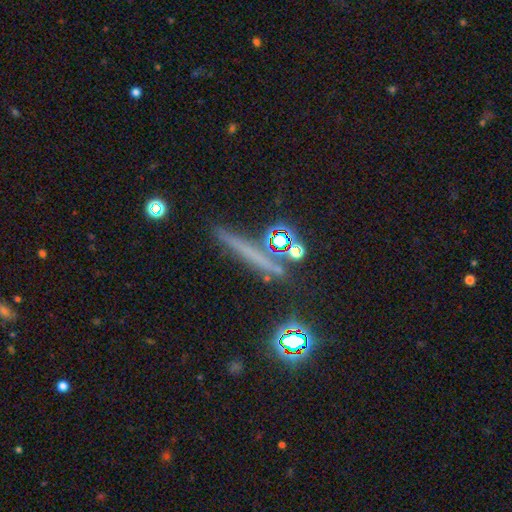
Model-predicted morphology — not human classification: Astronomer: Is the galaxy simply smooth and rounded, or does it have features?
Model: smooth — 40% (runner-up: featured or disk, 31%).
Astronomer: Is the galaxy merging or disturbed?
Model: none — 80%.